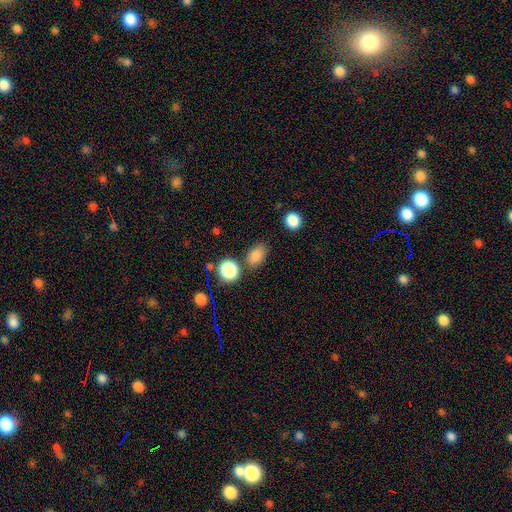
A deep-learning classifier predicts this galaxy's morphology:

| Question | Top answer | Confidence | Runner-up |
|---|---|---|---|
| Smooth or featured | smooth | 82% | star or artifact (13%) |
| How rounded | in between | 78% | round (21%) |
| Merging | none | 76% | minor disturbance (13%) |